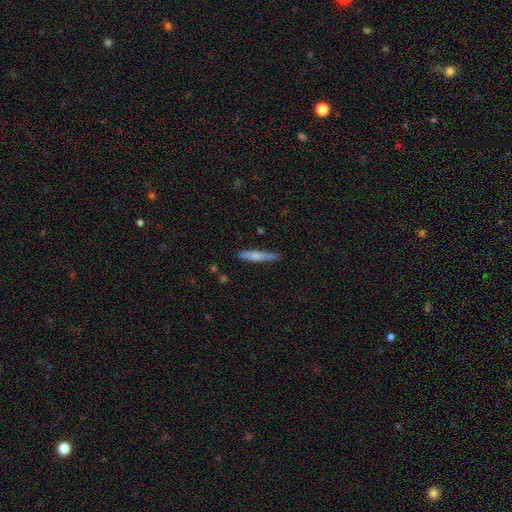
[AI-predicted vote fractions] Overall: smooth (63%; featured or disk 32%). How rounded: cigar-shaped (93%). Merging: none (82%).